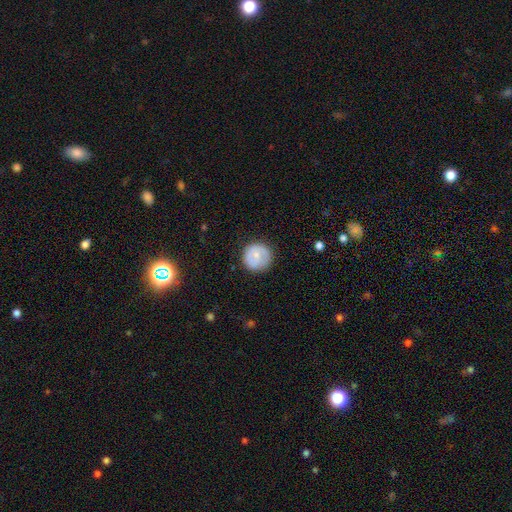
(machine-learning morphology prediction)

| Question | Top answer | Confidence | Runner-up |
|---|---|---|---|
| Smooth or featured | smooth | 57% | featured or disk (36%) |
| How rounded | round | 93% | in between (6%) |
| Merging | none | 82% | minor disturbance (13%) |